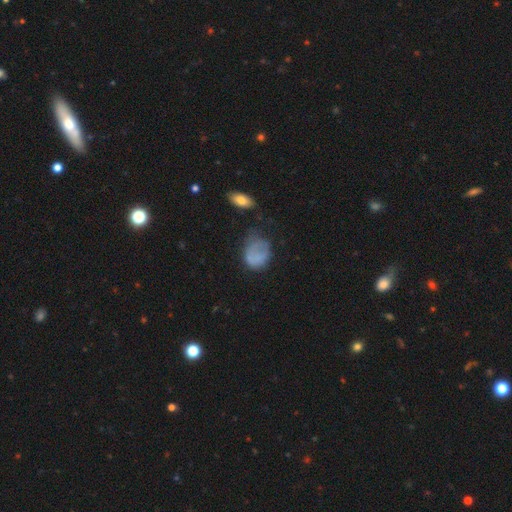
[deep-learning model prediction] smooth 69%, featured or disk 20%, star or artifact 10%. Down the decision tree: how rounded — in between (55%); merging — none (34%).